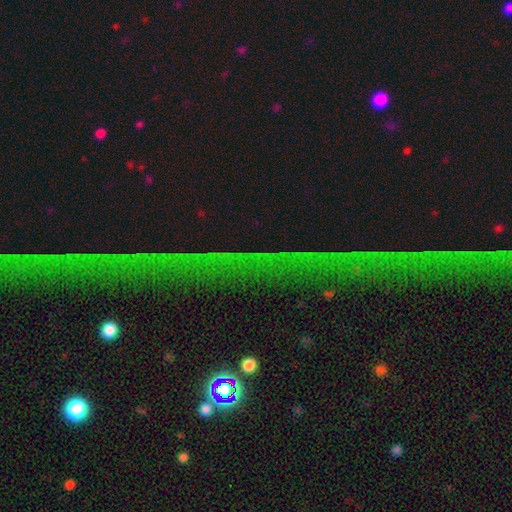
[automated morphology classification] Smooth or featured: star or artifact — 84% (featured or disk — 9%)